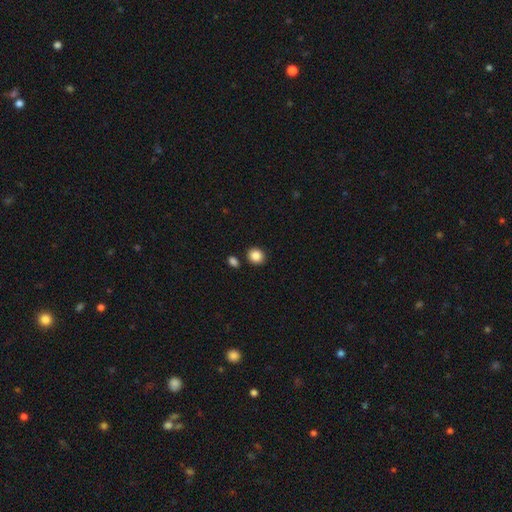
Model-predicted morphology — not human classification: Smooth or featured? Predicted: smooth (p=0.87). How rounded? Predicted: round (p=0.79). Merging? Predicted: none (p=0.85).